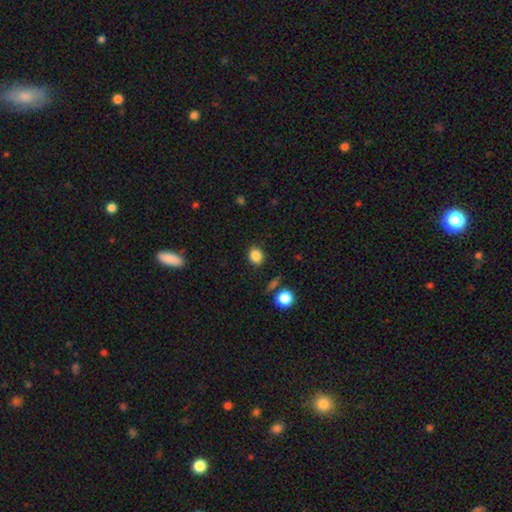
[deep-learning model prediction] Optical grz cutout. It shows a smooth galaxy with no disk features (86%) that is round (63%). Merging: none (87%).